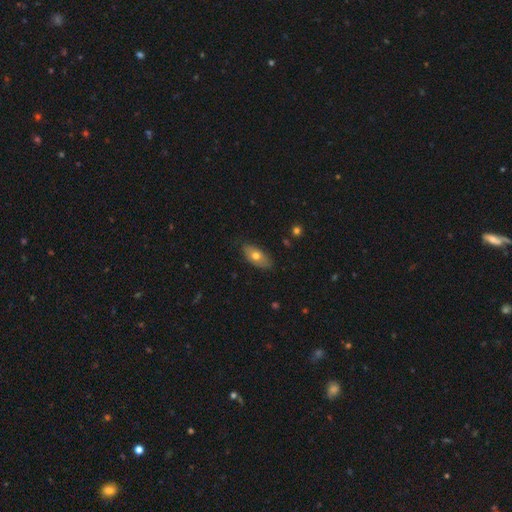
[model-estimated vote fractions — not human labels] smooth-or-featured: smooth: 66% | featured or disk: 27% | star or artifact: 7%
  how-rounded: in between: 89% | cigar-shaped: 6% | round: 5%
  merging: none: 79% | minor disturbance: 17% | major disturbance: 3% | merger: 1%